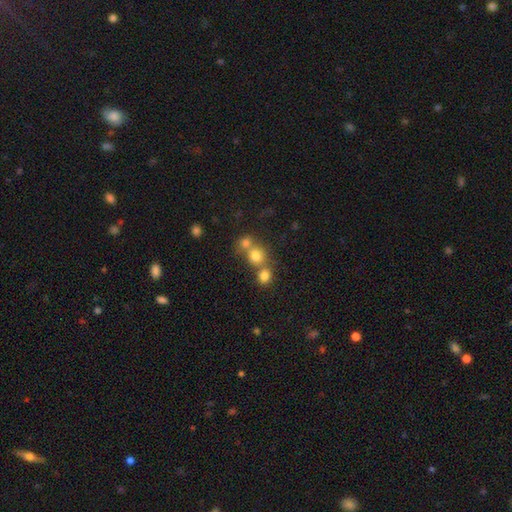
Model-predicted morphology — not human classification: Smooth or featured? smooth (74%)
How rounded? round (84%)
Merging? merger (46%)